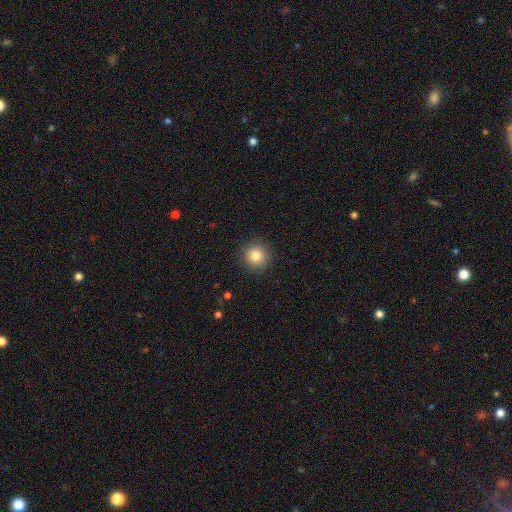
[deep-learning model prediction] smooth_or_featured: smooth (p=0.83) [alt: star or artifact p=0.11]
how_rounded: round (p=0.94) [alt: in between p=0.05]
merging: none (p=0.90) [alt: minor disturbance p=0.06]